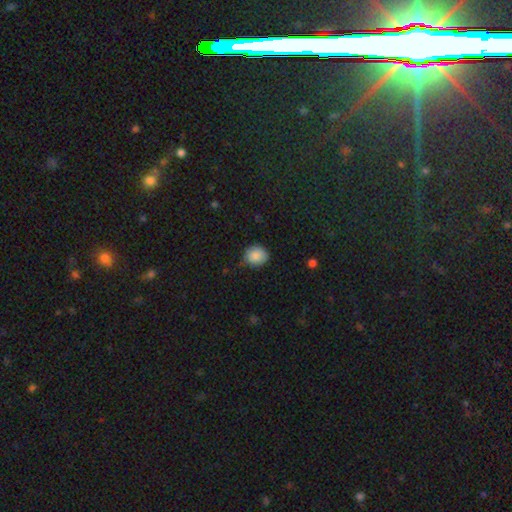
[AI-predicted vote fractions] Smooth or featured? smooth (86%)
How rounded? round (74%)
Merging? none (73%)